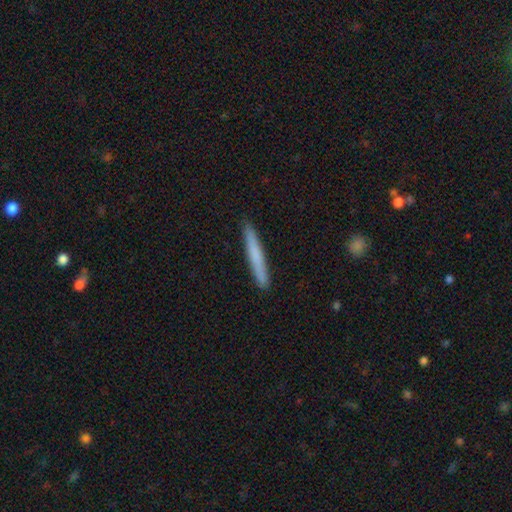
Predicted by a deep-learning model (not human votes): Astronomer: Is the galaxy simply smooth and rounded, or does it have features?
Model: smooth — 67%.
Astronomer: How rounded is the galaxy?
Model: cigar-shaped — 97%.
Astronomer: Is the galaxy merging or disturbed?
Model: none — 92%.